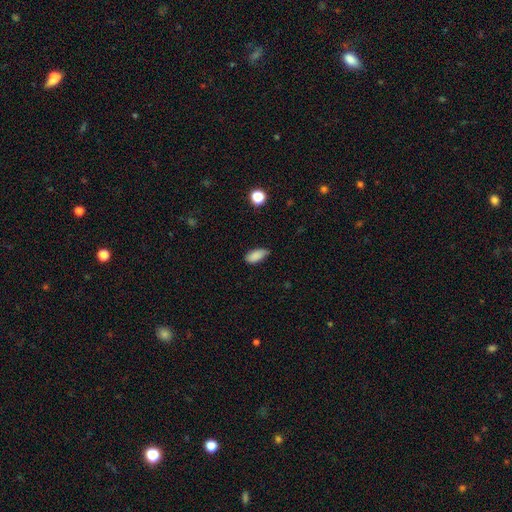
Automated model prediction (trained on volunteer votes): This is clearly a smooth galaxy (87%). How rounded: clearly in between (89%). Merging: likely none (70%).